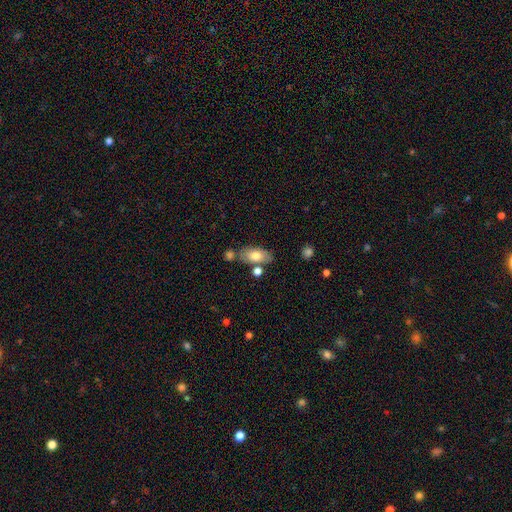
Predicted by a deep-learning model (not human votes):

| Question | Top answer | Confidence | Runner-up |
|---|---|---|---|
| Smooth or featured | smooth | 74% | featured or disk (19%) |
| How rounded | in between | 89% | cigar-shaped (7%) |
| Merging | none | 66% | minor disturbance (15%) |